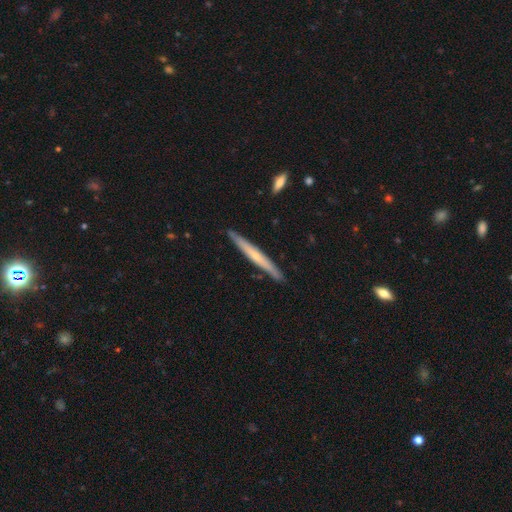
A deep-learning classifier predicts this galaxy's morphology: Smooth or featured?
  - featured or disk: 51% *
  - smooth: 43%
  - star or artifact: 5%
Edge-on disk?
  - yes: 95% *
  - no: 5%
Merging?
  - none: 89% *
  - minor disturbance: 8%
  - merger: 1%
  - major disturbance: 1%